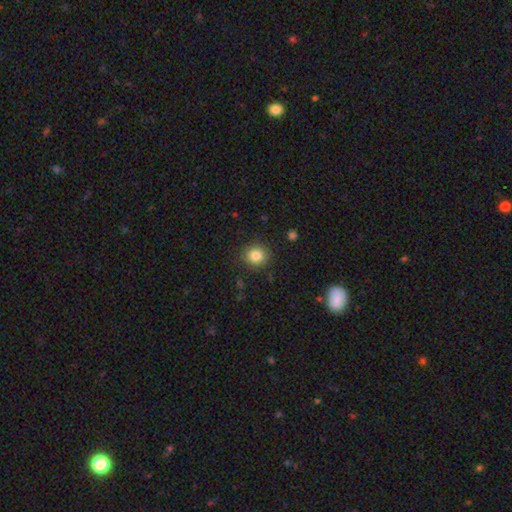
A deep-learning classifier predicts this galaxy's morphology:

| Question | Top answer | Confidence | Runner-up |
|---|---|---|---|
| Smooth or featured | smooth | 84% | star or artifact (11%) |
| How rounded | round | 88% | in between (11%) |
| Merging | none | 89% | minor disturbance (7%) |